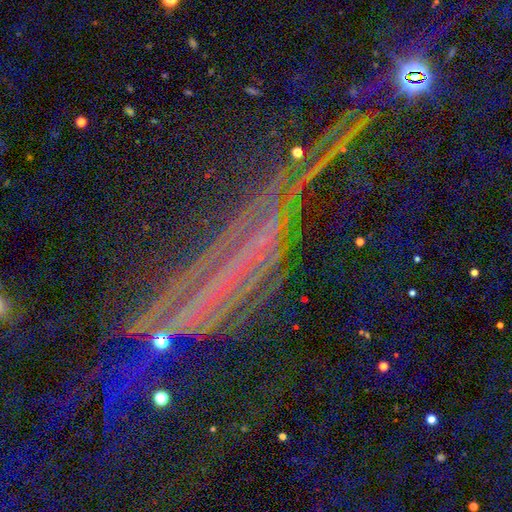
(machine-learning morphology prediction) Smooth or featured?
  - star or artifact: 72% *
  - featured or disk: 17%
  - smooth: 11%